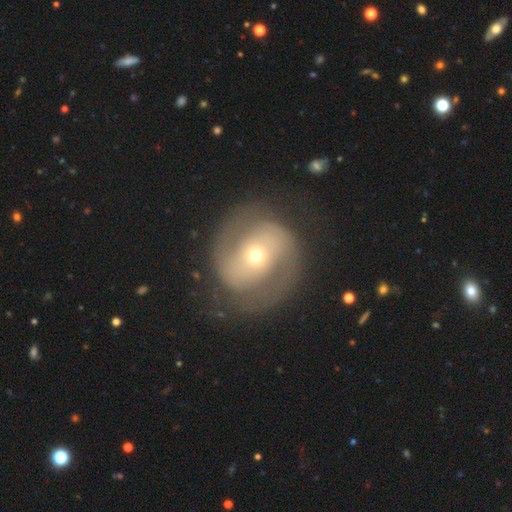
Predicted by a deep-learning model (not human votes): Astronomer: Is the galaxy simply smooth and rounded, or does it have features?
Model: featured or disk — 79%.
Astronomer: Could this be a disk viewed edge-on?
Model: no — 97%.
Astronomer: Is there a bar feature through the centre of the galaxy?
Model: no — 58%.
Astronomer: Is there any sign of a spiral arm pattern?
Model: yes — 86%.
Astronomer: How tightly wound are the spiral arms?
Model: medium — 46% (runner-up: tight, 34%).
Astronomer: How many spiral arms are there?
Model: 2 — 88%.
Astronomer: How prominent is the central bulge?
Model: small — 62%.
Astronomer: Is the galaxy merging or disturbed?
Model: none — 73%.